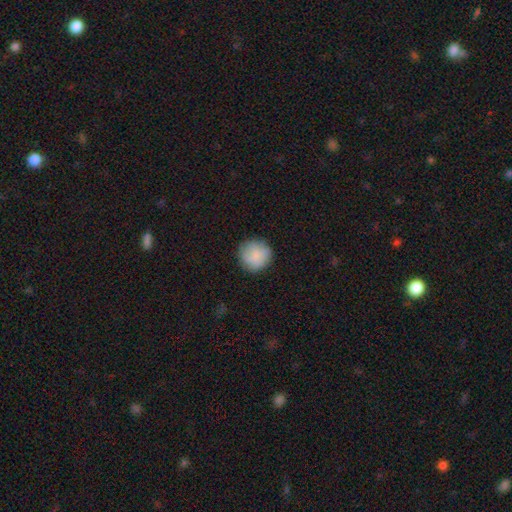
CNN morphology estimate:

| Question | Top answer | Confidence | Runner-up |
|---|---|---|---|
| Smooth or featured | smooth | 82% | featured or disk (10%) |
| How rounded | round | 94% | in between (5%) |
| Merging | none | 83% | minor disturbance (13%) |